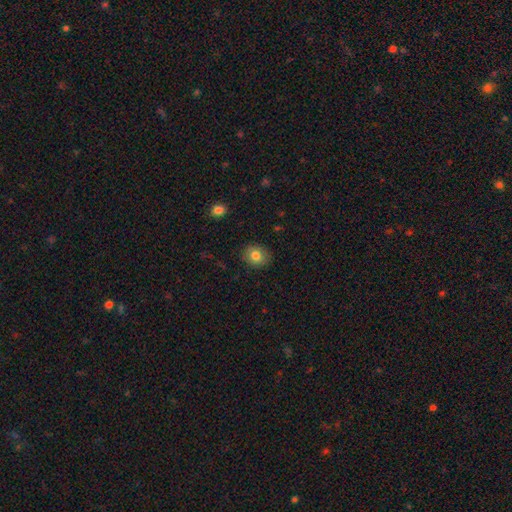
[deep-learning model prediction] The model was most divided on "how rounded": round: 65%, in between: 34%, cigar-shaped: 1%. More confident: merging — none (88%); smooth or featured — smooth (81%).